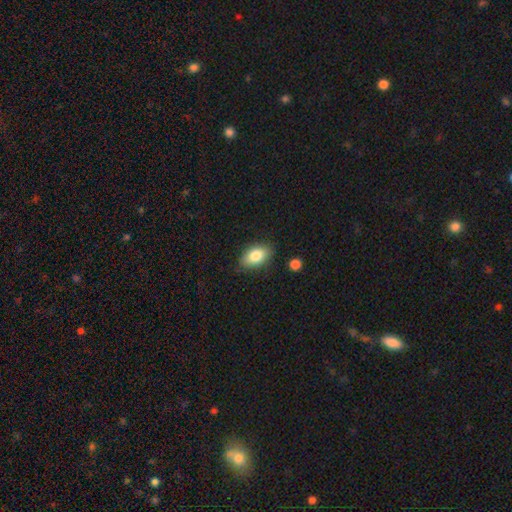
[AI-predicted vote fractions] Smooth or featured? Predicted: smooth (p=0.82). How rounded? Predicted: in between (p=0.90). Merging? Predicted: none (p=0.83).